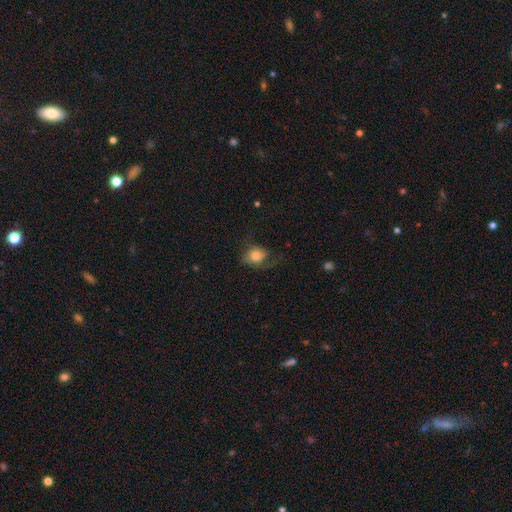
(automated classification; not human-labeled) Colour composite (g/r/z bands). It shows a smooth galaxy with no disk features (73%) that is in between round and cigar-shaped (51%). Merging: none (36%, tied with major disturbance).